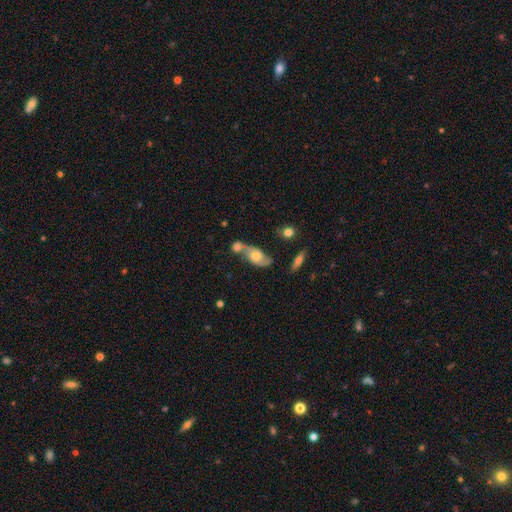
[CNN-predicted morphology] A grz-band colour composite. It shows a featured or disk galaxy (49%). Merging: merger (44%).